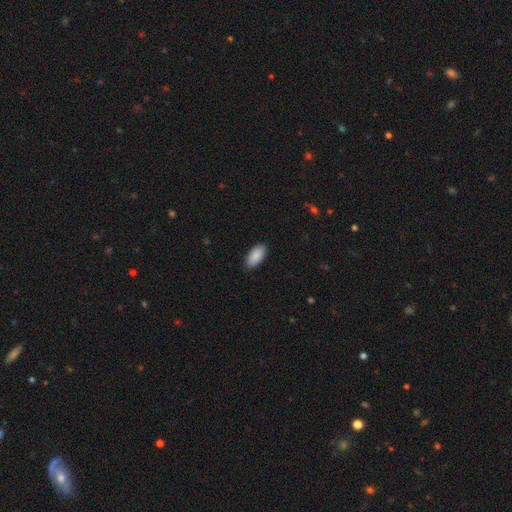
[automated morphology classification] smooth-or-featured: smooth: 90% | star or artifact: 6% | featured or disk: 4%
  how-rounded: in between: 93% | cigar-shaped: 5% | round: 2%
  merging: none: 88% | minor disturbance: 9% | major disturbance: 2% | merger: 1%